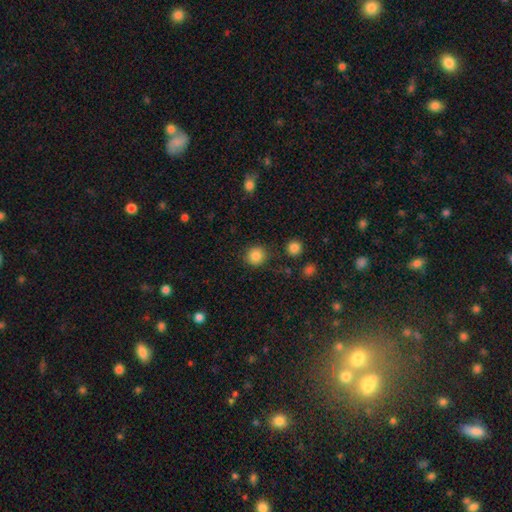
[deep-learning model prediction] Smooth or featured? smooth (85%)
How rounded? round (91%)
Merging? none (87%)